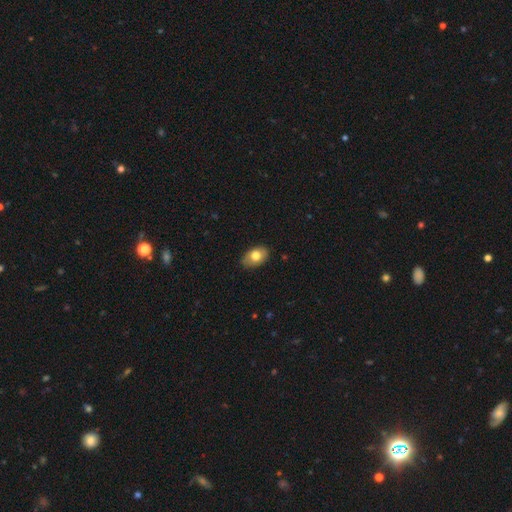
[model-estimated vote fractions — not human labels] Smooth or featured: smooth — 76% (featured or disk — 16%)
How rounded: in between — 88% (round — 11%)
Merging: none — 83% (minor disturbance — 13%)